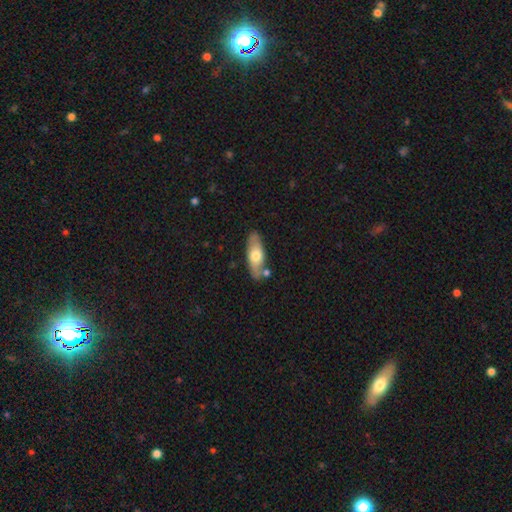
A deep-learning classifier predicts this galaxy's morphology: A smooth galaxy with no disk features (58%) that is in between round and cigar-shaped (67%). Merging: none (76%).